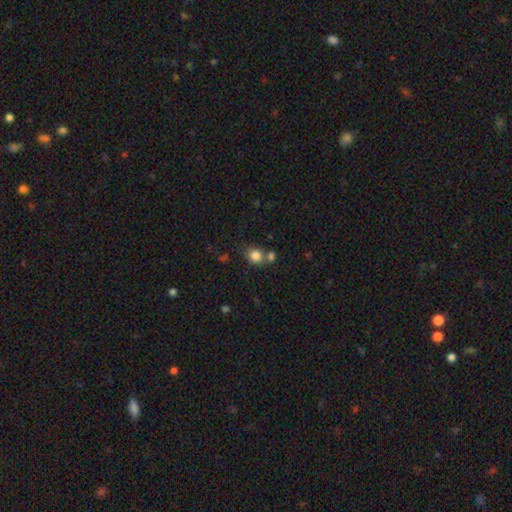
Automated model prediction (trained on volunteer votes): smooth-or-featured: smooth: 83% | star or artifact: 11% | featured or disk: 6%
  how-rounded: round: 71% | in between: 28% | cigar-shaped: 1%
  merging: none: 56% | merger: 29% | minor disturbance: 11% | major disturbance: 4%